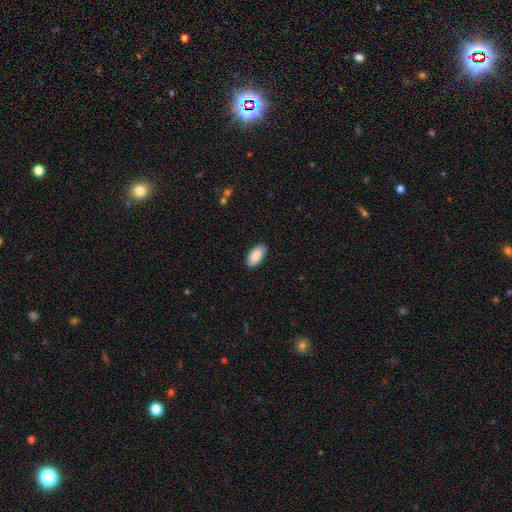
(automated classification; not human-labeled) smooth 88%, featured or disk 6%, star or artifact 6%. Down the decision tree: how rounded — in between (95%); merging — none (85%).